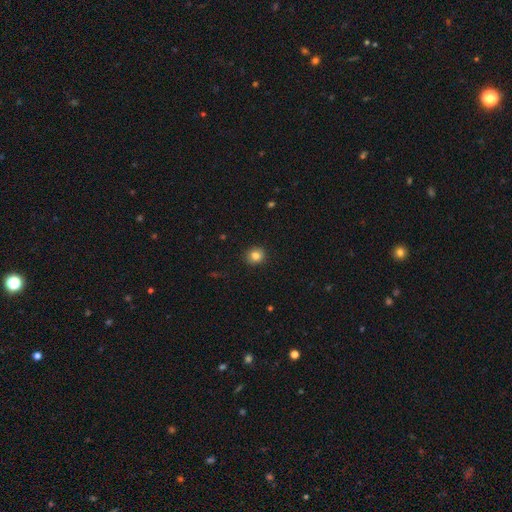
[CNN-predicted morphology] type=smooth (83%); roundness=round (85%); merging=none (91%).